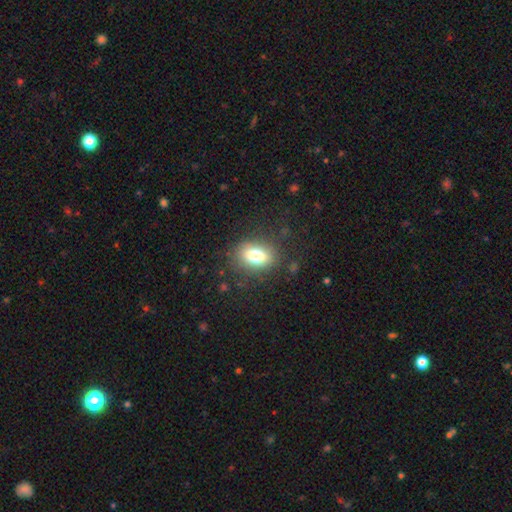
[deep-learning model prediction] The model was most divided on "how rounded": in between: 78%, round: 20%, cigar-shaped: 2%. More confident: merging — none (82%); smooth or featured — smooth (77%).